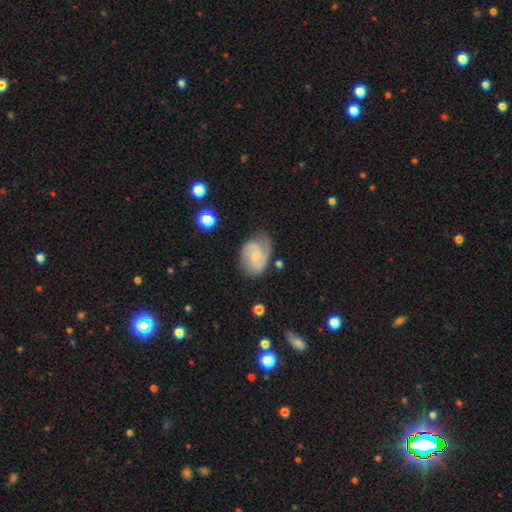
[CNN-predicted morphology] The model was most divided on "bar": weak: 46%, no: 45%, strong: 9%. More confident: edge-on disk — no (98%); spiral arms — yes (95%); spiral arm count — 2 (84%); smooth or featured — featured or disk (77%); merging — none (70%); bulge size — small (63%); spiral winding — medium (51%).